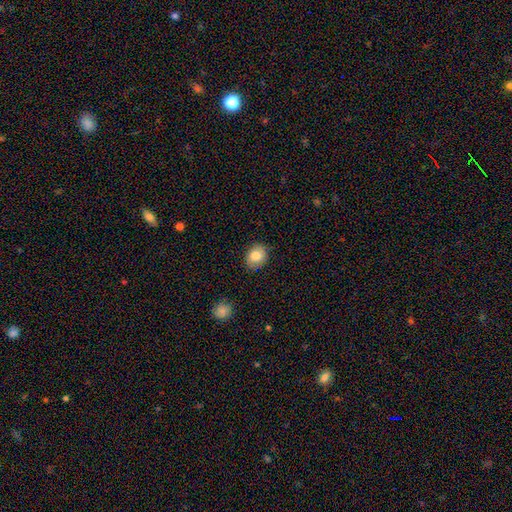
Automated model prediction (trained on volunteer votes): This is clearly a smooth galaxy (81%). How rounded: possibly round (59%). Merging: clearly none (84%).